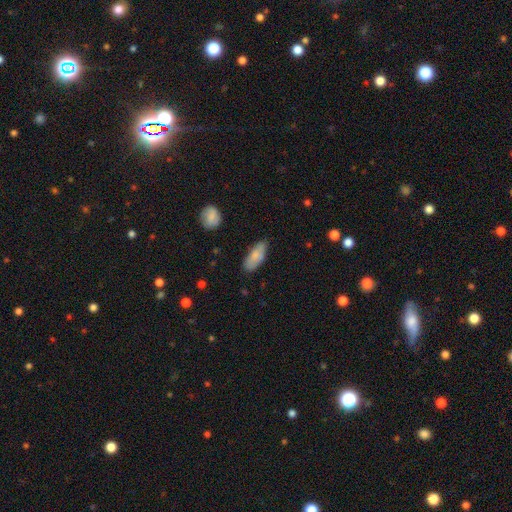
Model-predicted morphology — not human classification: Smooth or featured? smooth (78%)
How rounded? in between (81%)
Merging? none (76%)